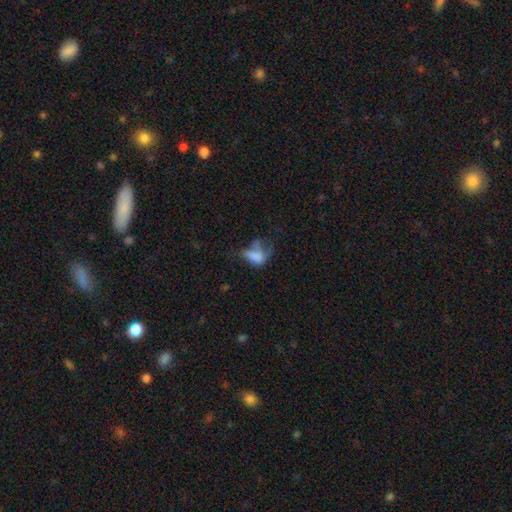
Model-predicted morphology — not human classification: smooth-or-featured: smooth: 64% | featured or disk: 23% | star or artifact: 13%
  how-rounded: in between: 82% | round: 13% | cigar-shaped: 5%
  merging: major disturbance: 44% | minor disturbance: 22% | none: 21% | merger: 13%